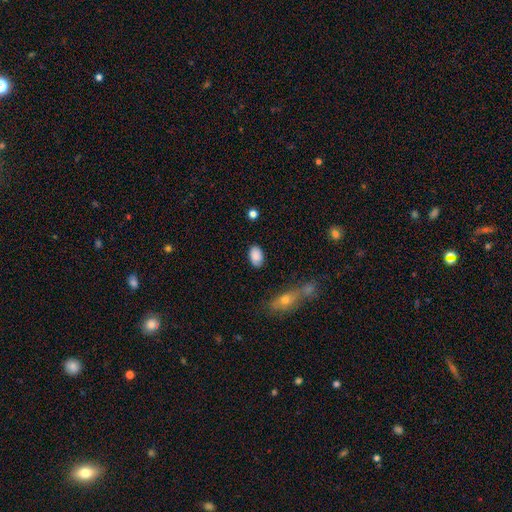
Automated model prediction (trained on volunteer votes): Smooth or featured? smooth (84%)
How rounded? in between (90%)
Merging? none (80%)